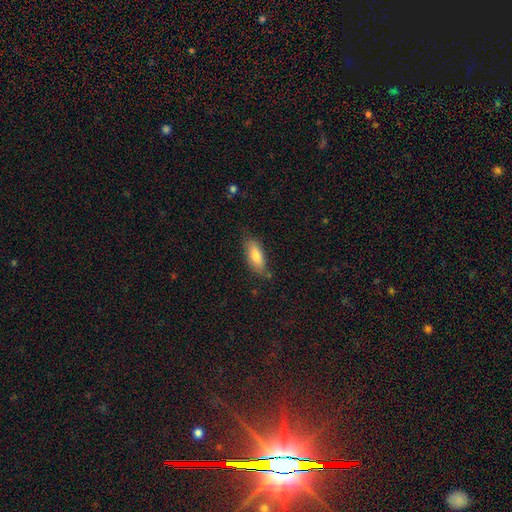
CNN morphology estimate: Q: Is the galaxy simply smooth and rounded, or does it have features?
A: smooth — 80%.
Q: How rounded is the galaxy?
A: in between — 79%.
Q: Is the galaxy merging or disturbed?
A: none — 76%.